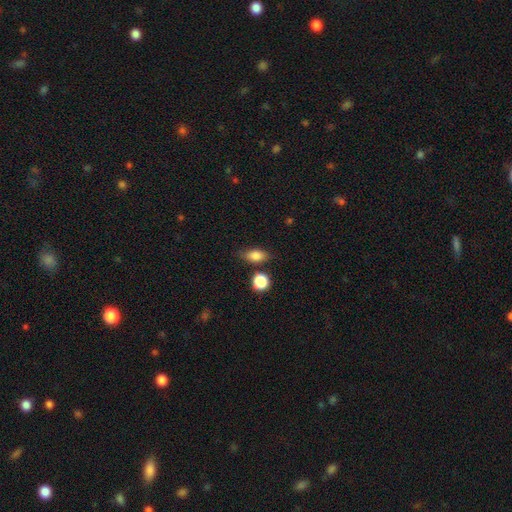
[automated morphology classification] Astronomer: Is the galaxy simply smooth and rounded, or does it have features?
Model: smooth — 81%.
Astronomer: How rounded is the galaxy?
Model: in between — 77%.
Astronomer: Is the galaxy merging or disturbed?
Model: none — 74%.